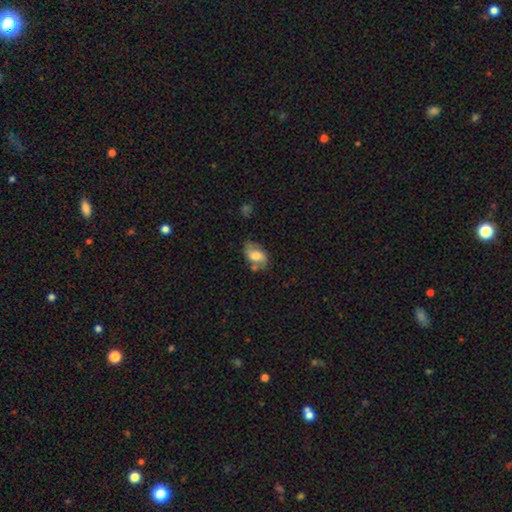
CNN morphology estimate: Q: Smooth or featured?
A: smooth (52%); runner-up: featured or disk (40%)
Q: How rounded?
A: in between (88%); runner-up: round (10%)
Q: Merging?
A: none (57%); runner-up: minor disturbance (25%)